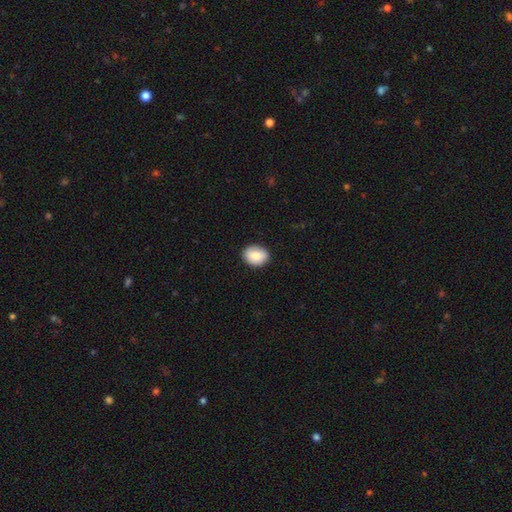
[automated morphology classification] smooth 84%, featured or disk 9%, star or artifact 7%. Down the decision tree: how rounded — in between (50%); merging — none (88%).